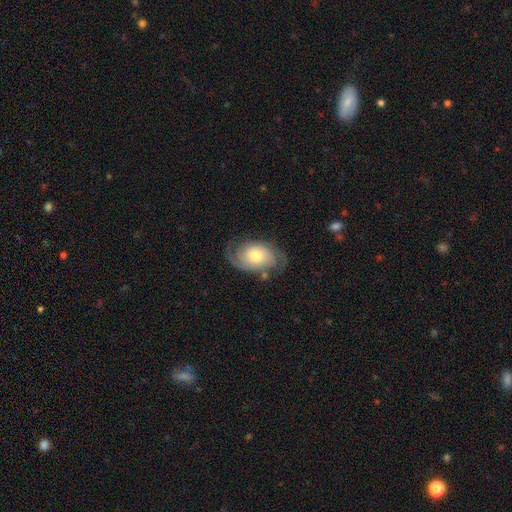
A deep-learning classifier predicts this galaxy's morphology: Smooth or featured? featured or disk (69%)
Edge-on disk? no (96%)
Bar? no (78%)
Spiral arms? yes (90%)
Spiral winding? medium (39%)
Spiral arm count? 2 (77%)
Bulge size? moderate (64%)
Merging? none (66%)